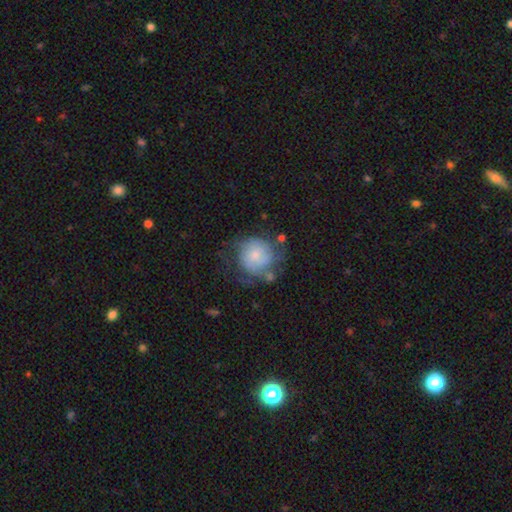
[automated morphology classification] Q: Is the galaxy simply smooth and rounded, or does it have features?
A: smooth — 48%.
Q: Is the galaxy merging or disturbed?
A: none — 47%.